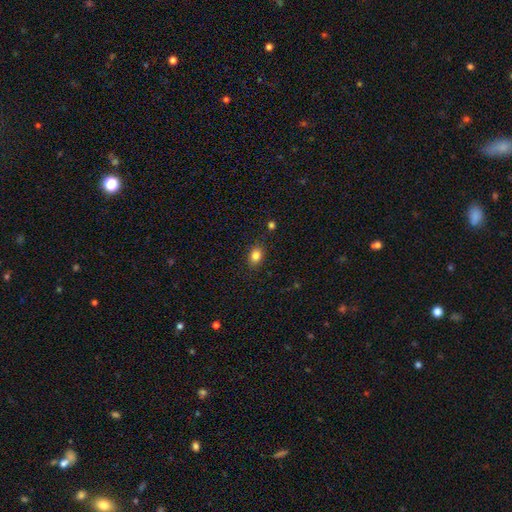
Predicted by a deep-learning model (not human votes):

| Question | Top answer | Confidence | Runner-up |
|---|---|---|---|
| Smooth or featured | smooth | 83% | star or artifact (10%) |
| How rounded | in between | 68% | round (31%) |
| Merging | none | 85% | minor disturbance (10%) |